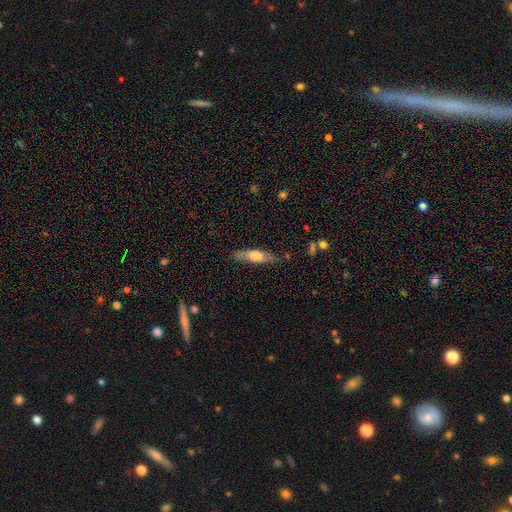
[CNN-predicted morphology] Q: Smooth or featured?
A: smooth (53%); runner-up: featured or disk (41%)
Q: How rounded?
A: cigar-shaped (60%); runner-up: in between (38%)
Q: Merging?
A: none (79%); runner-up: minor disturbance (15%)